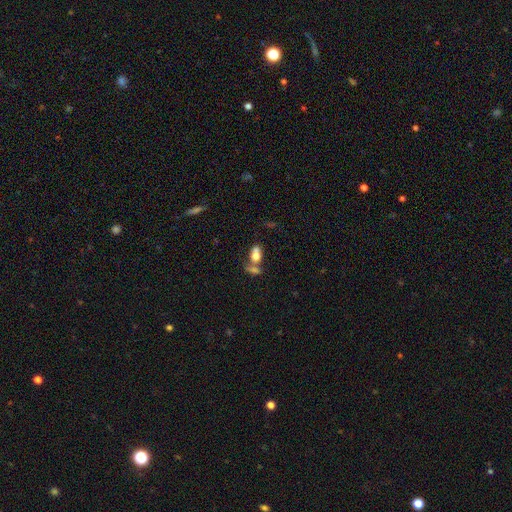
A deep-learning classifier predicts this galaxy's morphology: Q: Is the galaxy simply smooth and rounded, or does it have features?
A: smooth — 70%.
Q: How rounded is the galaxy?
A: in between — 76%.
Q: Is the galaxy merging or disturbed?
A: merger — 55%.